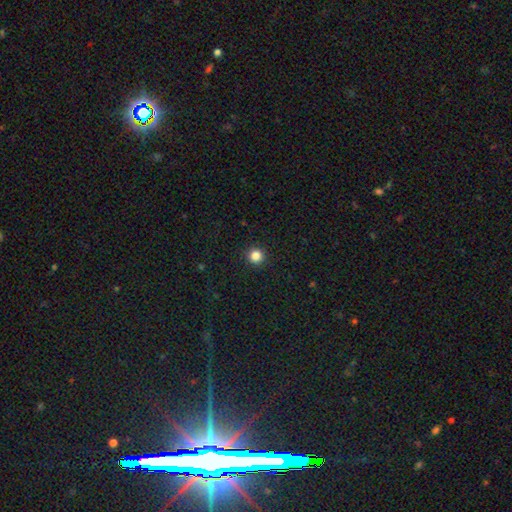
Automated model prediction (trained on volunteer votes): smooth 84%, star or artifact 12%, featured or disk 4%. Down the decision tree: how rounded — round (96%); merging — none (93%).